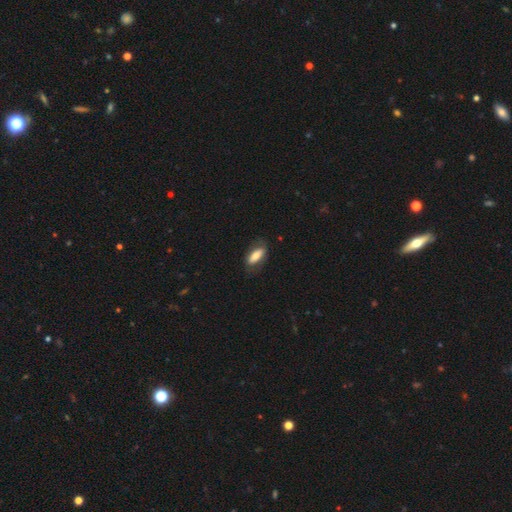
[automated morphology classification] Smooth or featured? smooth (73%)
How rounded? in between (73%)
Merging? none (73%)